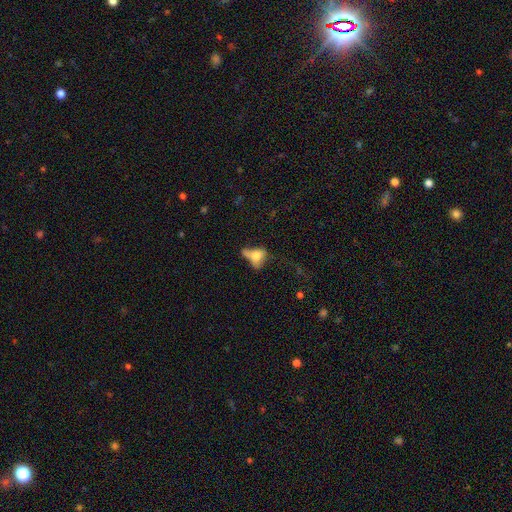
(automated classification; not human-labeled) smooth-or-featured: smooth: 59% | featured or disk: 29% | star or artifact: 12%
  how-rounded: in between: 74% | round: 21% | cigar-shaped: 5%
  merging: major disturbance: 34% | merger: 23% | none: 22% | minor disturbance: 21%